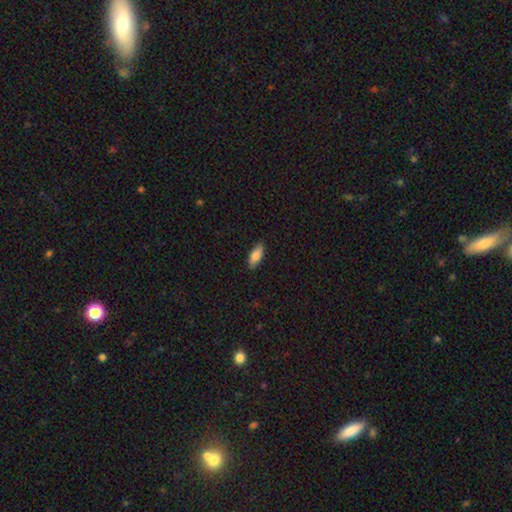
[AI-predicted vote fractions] The model was most divided on "how rounded": in between: 82%, cigar-shaped: 16%, round: 2%. More confident: merging — none (86%); smooth or featured — smooth (82%).